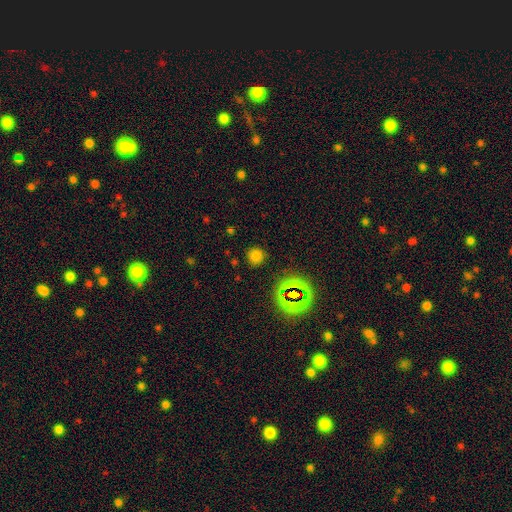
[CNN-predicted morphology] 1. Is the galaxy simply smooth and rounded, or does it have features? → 69% smooth, 25% star or artifact, 5% featured or disk.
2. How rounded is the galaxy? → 91% round, 8% in between, 1% cigar-shaped.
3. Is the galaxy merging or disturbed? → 86% none, 9% minor disturbance, 3% major disturbance, 2% merger.